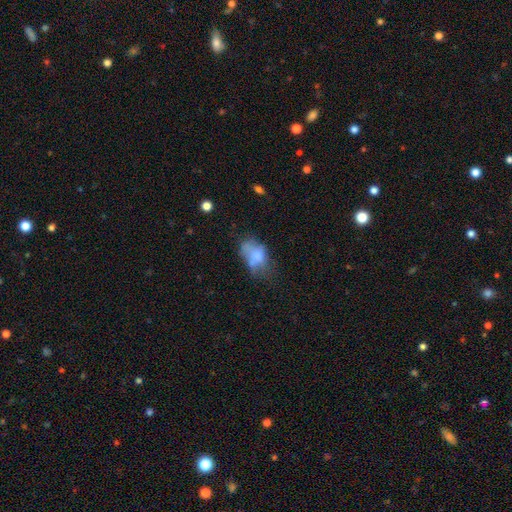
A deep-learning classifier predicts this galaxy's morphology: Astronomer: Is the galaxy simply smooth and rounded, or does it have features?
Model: smooth — 62%.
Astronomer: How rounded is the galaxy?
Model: in between — 84%.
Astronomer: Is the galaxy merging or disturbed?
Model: none — 31% (runner-up: minor disturbance, 29%).